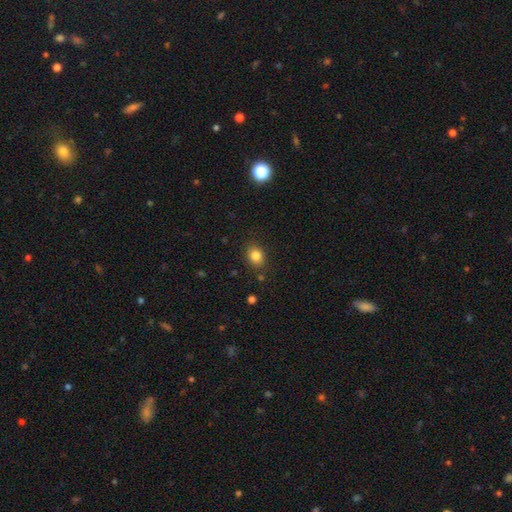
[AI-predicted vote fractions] The model was most divided on "how rounded": in between: 50%, round: 49%, cigar-shaped: 1%. More confident: merging — none (84%); smooth or featured — smooth (83%).